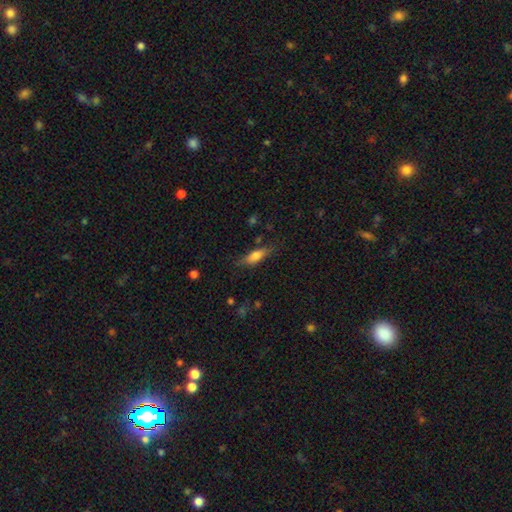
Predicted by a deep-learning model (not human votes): Smooth or featured? Predicted: smooth (p=0.70). How rounded? Predicted: in between (p=0.53). Merging? Predicted: none (p=0.73).